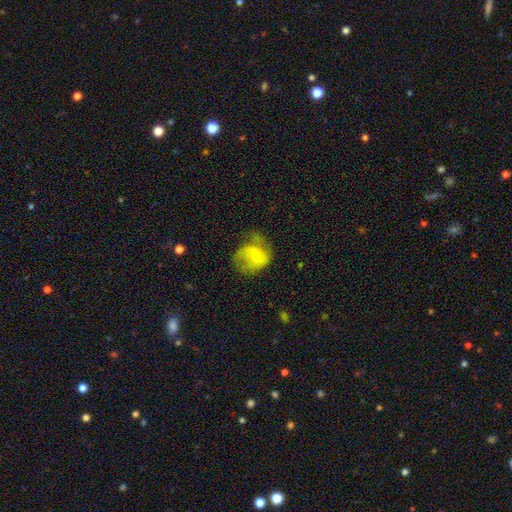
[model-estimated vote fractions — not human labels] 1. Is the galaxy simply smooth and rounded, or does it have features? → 50% featured or disk, 42% smooth, 9% star or artifact.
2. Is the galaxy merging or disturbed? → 40% none, 30% minor disturbance, 28% major disturbance, 2% merger.